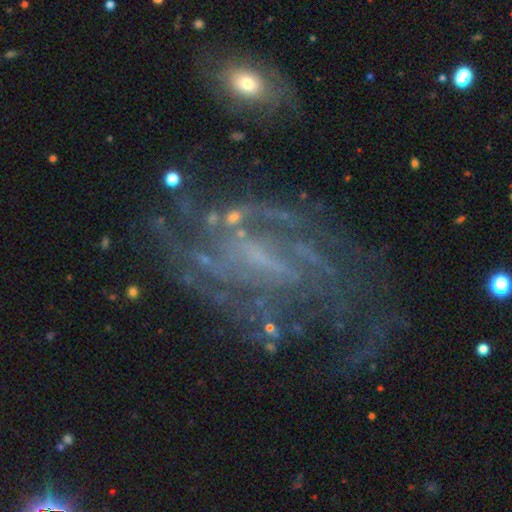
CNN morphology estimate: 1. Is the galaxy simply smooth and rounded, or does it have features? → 79% featured or disk, 13% star or artifact, 8% smooth.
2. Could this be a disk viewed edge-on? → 96% no, 4% yes.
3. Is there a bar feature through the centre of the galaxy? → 45% weak, 36% no, 19% strong.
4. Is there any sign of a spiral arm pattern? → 85% yes, 15% no.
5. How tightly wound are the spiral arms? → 41% medium, 40% tight, 19% loose.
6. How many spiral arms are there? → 47% can't tell, 17% 2, 13% 3, 9% 4, 7% more than 4, 7% 1.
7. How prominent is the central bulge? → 47% none, 38% small, 12% moderate, 2% large, 1% dominant.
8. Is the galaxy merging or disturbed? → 58% none, 20% major disturbance, 18% minor disturbance, 3% merger.